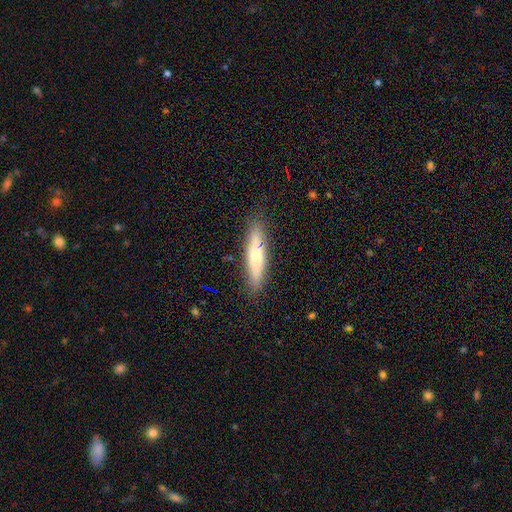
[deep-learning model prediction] Smooth or featured: smooth — 58% (featured or disk — 35%)
How rounded: cigar-shaped — 83% (in between — 15%)
Merging: none — 84% (minor disturbance — 11%)